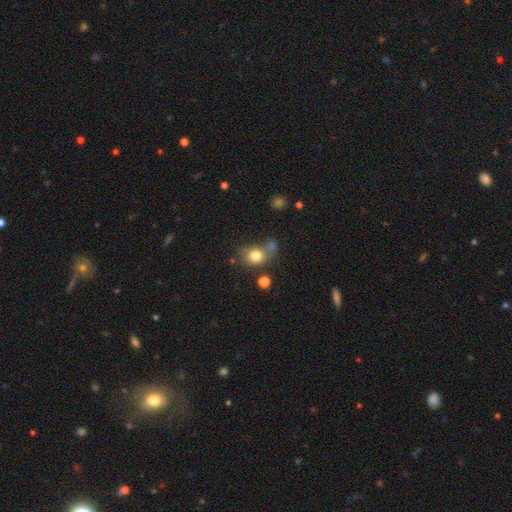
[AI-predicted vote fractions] Morphology: type=smooth (78%); roundness=round (66%); merging=none (51%).